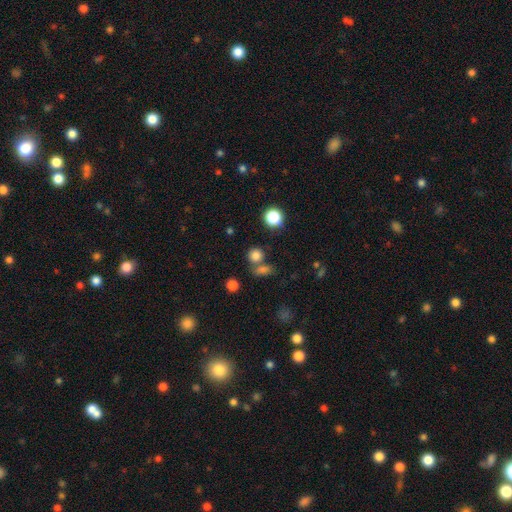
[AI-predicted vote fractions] A smooth galaxy with no disk features (78%) that is round (84%). Merging: none (64%).